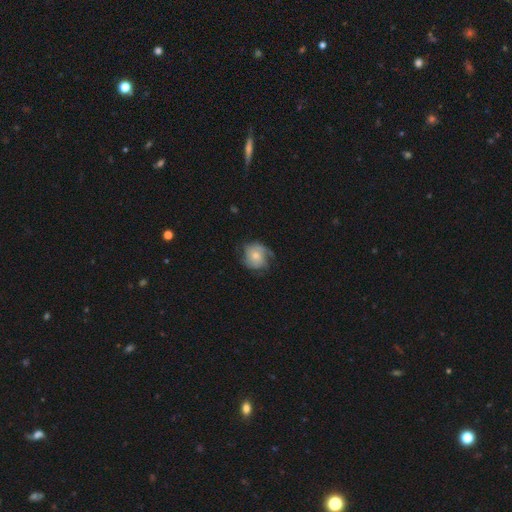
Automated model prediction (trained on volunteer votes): Q: Smooth or featured?
A: featured or disk (52%); runner-up: smooth (40%)
Q: Edge-on disk?
A: no (97%); runner-up: yes (3%)
Q: Bar?
A: no (81%); runner-up: weak (17%)
Q: Spiral arms?
A: yes (79%); runner-up: no (21%)
Q: Bulge size?
A: small (46%); tied with: moderate (46%)
Q: Merging?
A: none (56%); runner-up: minor disturbance (26%)